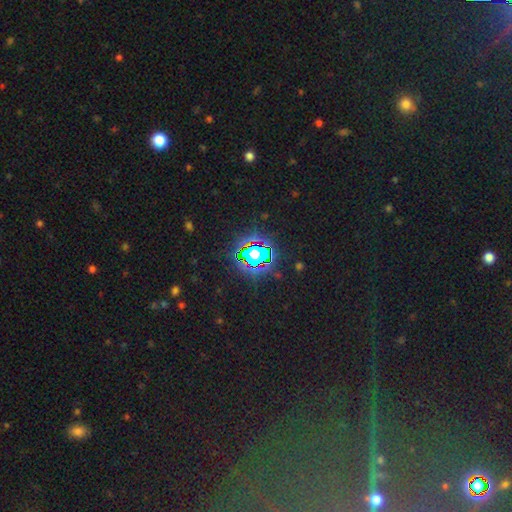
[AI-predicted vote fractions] Smooth or featured?
  - star or artifact: 73% *
  - smooth: 16%
  - featured or disk: 11%